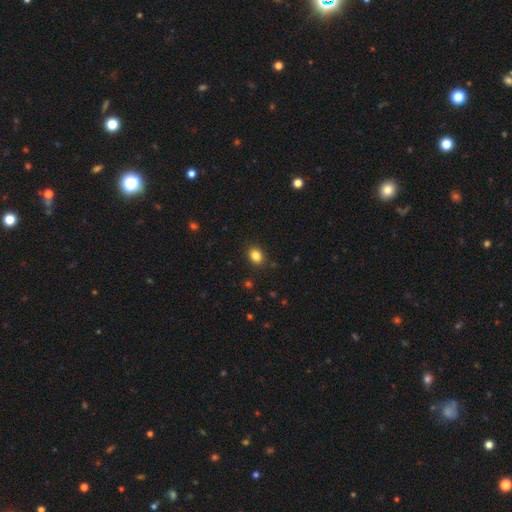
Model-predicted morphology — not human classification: Smooth or featured? Predicted: smooth (p=0.85). How rounded? Predicted: in between (p=0.59). Merging? Predicted: none (p=0.89).